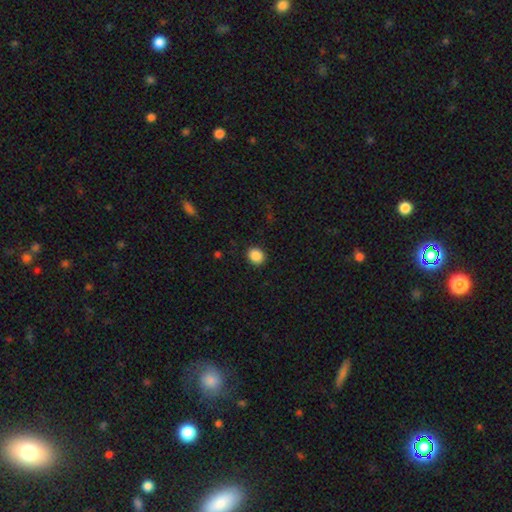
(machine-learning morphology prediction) The model was most divided on "how rounded": round: 75%, in between: 24%, cigar-shaped: 1%. More confident: merging — none (91%); smooth or featured — smooth (88%).